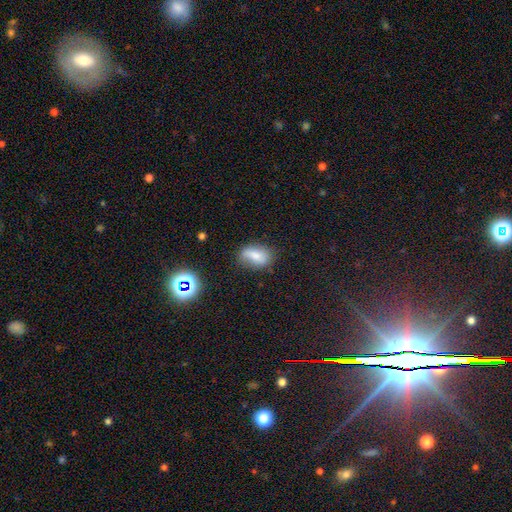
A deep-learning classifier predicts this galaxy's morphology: A smooth galaxy with no disk features (71%) that is in between round and cigar-shaped (85%).

Vote fractions:
- Smooth or featured? smooth: 71% / featured or disk: 18% / star or artifact: 11%
- How rounded? in between: 85% / round: 11% / cigar-shaped: 4%
- Merging? none: 61% / minor disturbance: 28% / major disturbance: 8% / merger: 3%